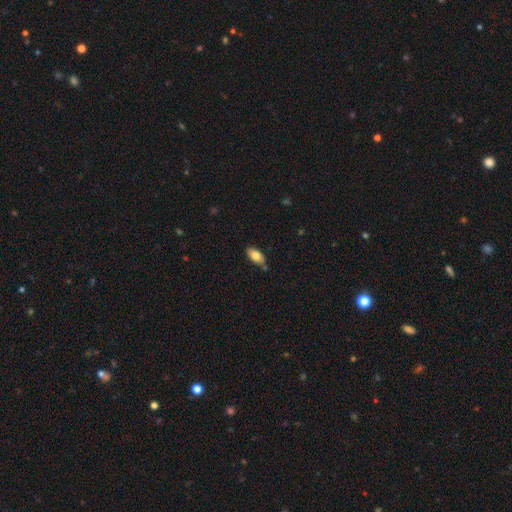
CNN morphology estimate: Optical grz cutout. It shows a smooth galaxy with no disk features (80%) that is in between round and cigar-shaped (90%). Merging: none (75%).